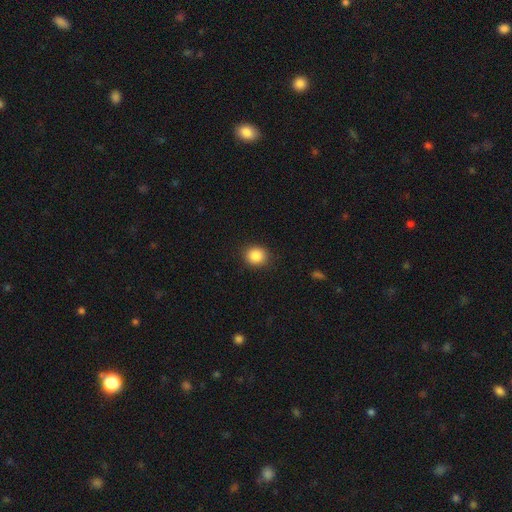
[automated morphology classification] Q: Smooth or featured?
A: smooth (87%); runner-up: star or artifact (9%)
Q: How rounded?
A: round (79%); runner-up: in between (20%)
Q: Merging?
A: none (89%); runner-up: minor disturbance (8%)